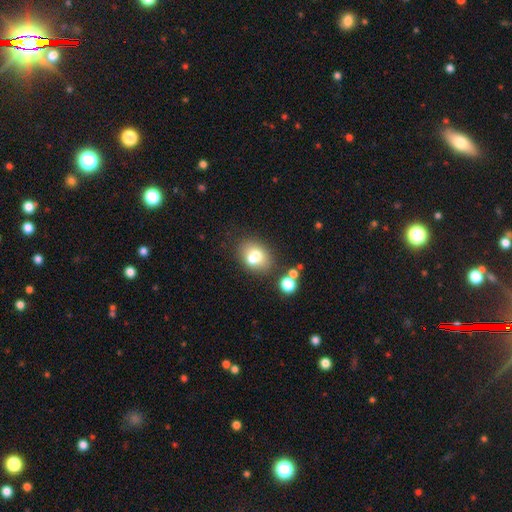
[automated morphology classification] Smooth or featured? Predicted: smooth (p=0.69). How rounded? Predicted: in between (p=0.58). Merging? Predicted: none (p=0.51).